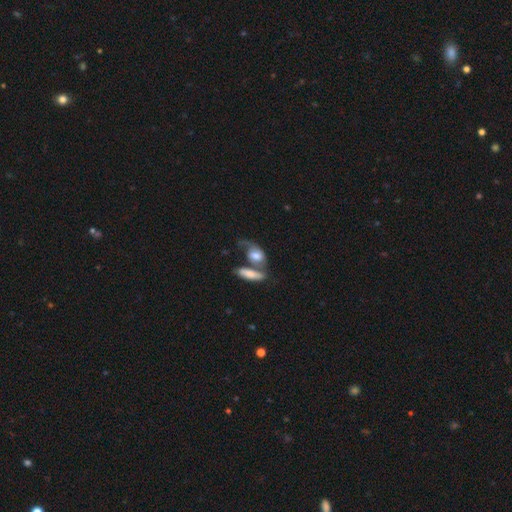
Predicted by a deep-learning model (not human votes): A smooth galaxy with no disk features (56%) that is in between round and cigar-shaped (77%). Merging: merger (50%).